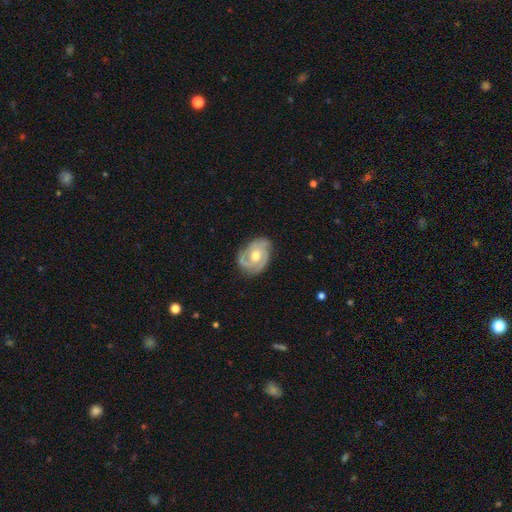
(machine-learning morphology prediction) Smooth or featured? featured or disk (85%)
Edge-on disk? no (97%)
Bar? no (70%)
Spiral arms? yes (96%)
Spiral winding? tight (51%)
Spiral arm count? 3 (50%)
Bulge size? moderate (73%)
Merging? none (73%)